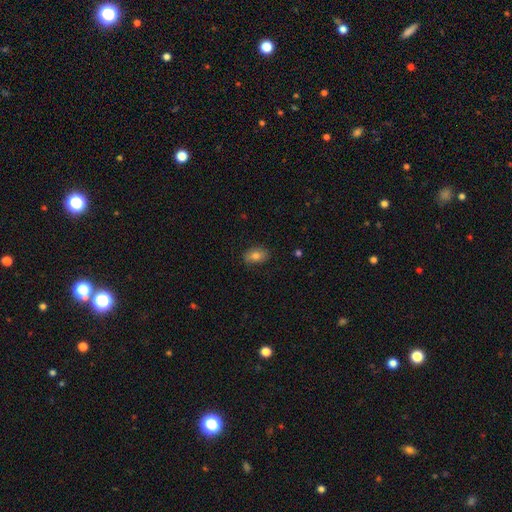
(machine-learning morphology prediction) Smooth or featured? smooth (77%)
How rounded? in between (87%)
Merging? none (84%)